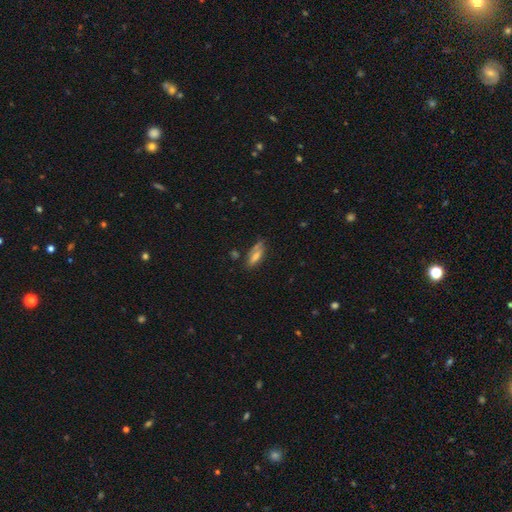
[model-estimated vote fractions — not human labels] Smooth or featured? Predicted: smooth (p=0.68). How rounded? Predicted: in between (p=0.70). Merging? Predicted: none (p=0.60).